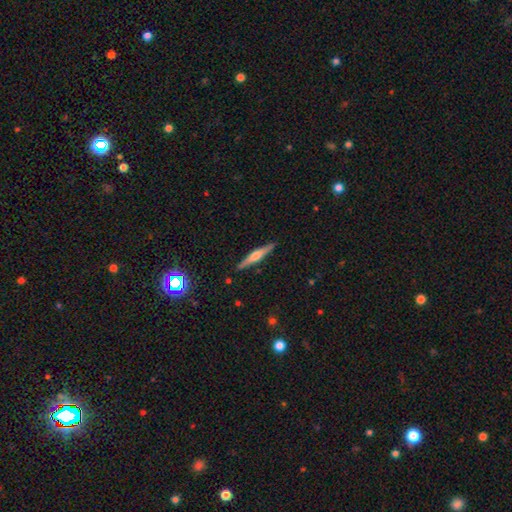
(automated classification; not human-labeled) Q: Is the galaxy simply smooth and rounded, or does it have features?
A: featured or disk — 66%.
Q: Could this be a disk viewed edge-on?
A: yes — 98%.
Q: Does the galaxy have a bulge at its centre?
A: rounded — 84%.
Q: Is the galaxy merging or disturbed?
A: none — 91%.